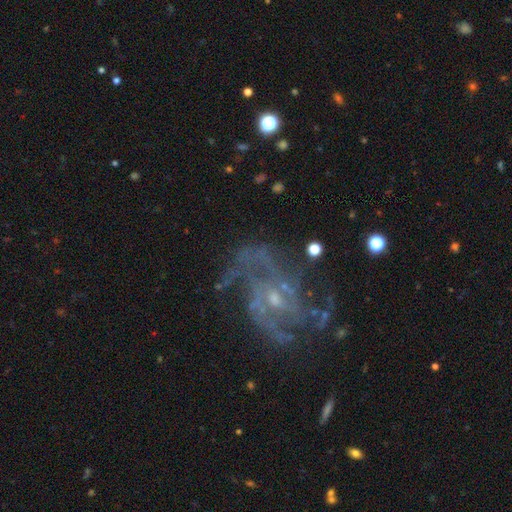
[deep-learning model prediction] smooth_or_featured: featured or disk (p=0.86) [alt: star or artifact p=0.09]
disk_edge_on: no (p=0.98) [alt: yes p=0.02]
bar: no (p=0.53) [alt: weak p=0.39]
has_spiral_arms: yes (p=0.92) [alt: no p=0.08]
spiral_winding: medium (p=0.48) [alt: tight p=0.27]
spiral_arm_count: 2 (p=0.27) [alt: can't tell p=0.24]
bulge_size: small (p=0.64) [alt: moderate p=0.27]
merging: none (p=0.57) [alt: major disturbance p=0.21]